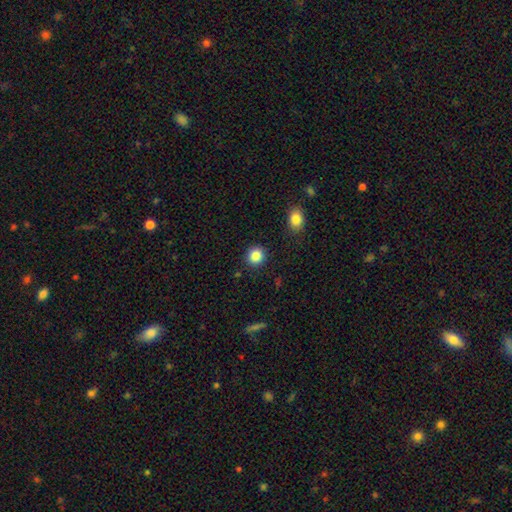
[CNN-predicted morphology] Smooth or featured? smooth (86%)
How rounded? round (87%)
Merging? none (90%)